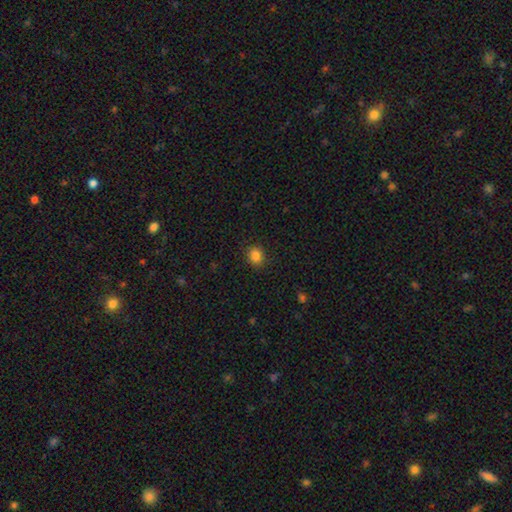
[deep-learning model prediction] This is clearly a smooth galaxy (85%). How rounded: likely round (68%). Merging: clearly none (88%).